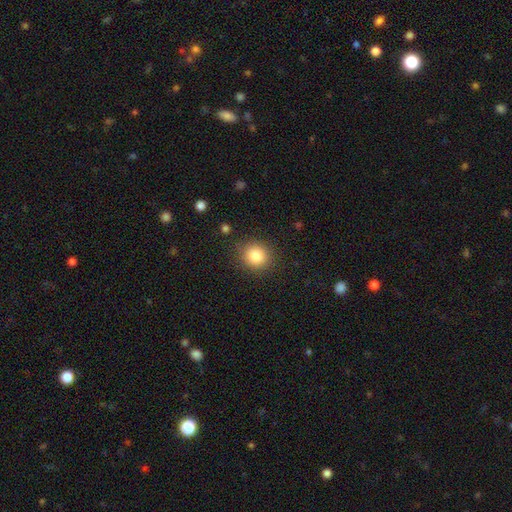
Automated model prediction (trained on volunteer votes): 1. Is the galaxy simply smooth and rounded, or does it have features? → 84% smooth, 10% star or artifact, 6% featured or disk.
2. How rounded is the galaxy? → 84% round, 15% in between, 1% cigar-shaped.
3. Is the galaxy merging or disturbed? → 87% none, 9% minor disturbance, 3% major disturbance, 1% merger.